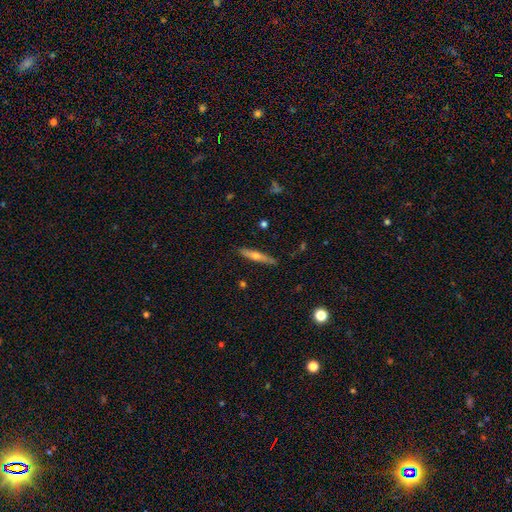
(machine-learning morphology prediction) featured or disk 47%, smooth 46%, star or artifact 6%. Down the decision tree: merging — none (87%).